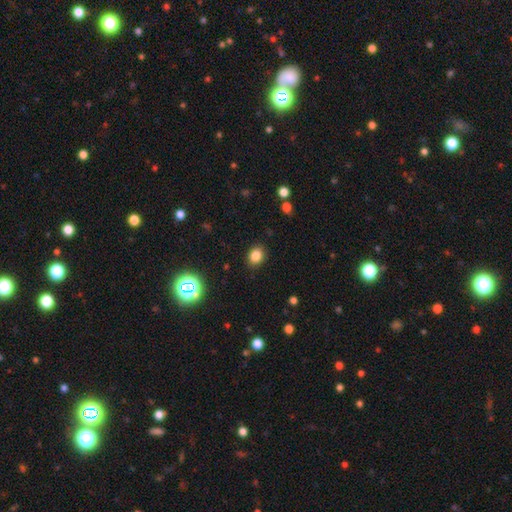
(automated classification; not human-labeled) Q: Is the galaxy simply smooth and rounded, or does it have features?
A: smooth — 81%.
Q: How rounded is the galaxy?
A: in between — 50%.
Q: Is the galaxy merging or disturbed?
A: none — 88%.